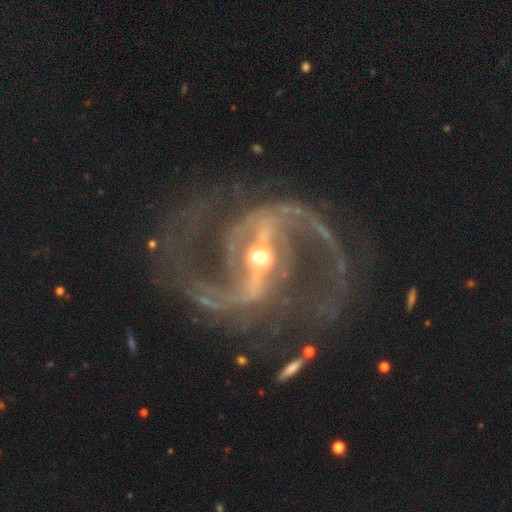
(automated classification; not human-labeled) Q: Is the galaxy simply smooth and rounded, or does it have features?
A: featured or disk — 91%.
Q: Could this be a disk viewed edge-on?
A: no — 96%.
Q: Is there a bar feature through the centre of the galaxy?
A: strong — 68%.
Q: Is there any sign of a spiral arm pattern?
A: yes — 96%.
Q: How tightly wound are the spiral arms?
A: medium — 47%.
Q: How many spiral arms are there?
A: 2 — 72%.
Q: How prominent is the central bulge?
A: moderate — 64%.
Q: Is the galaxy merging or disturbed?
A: none — 61%.